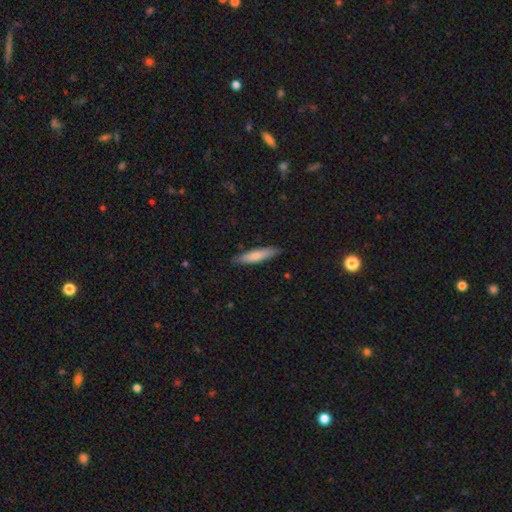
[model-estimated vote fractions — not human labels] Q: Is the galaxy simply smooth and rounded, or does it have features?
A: smooth — 73%.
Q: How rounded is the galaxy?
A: cigar-shaped — 81%.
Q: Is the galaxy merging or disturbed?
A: none — 87%.